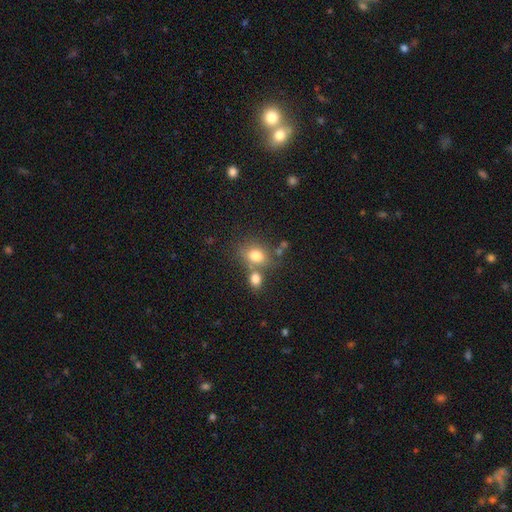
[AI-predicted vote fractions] smooth_or_featured: smooth (p=0.77) [alt: featured or disk p=0.12]
how_rounded: in between (p=0.51) [alt: round p=0.48]
merging: none (p=0.52) [alt: merger p=0.30]